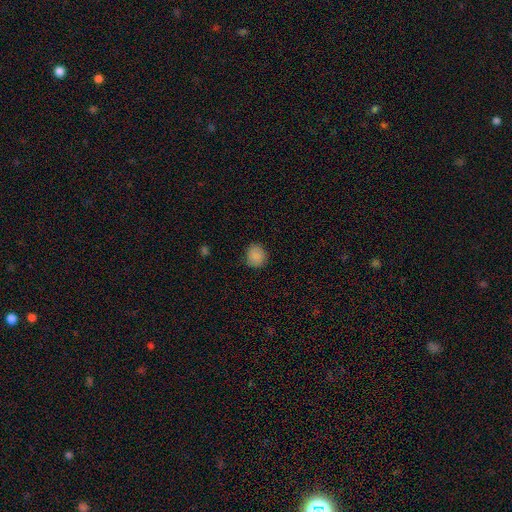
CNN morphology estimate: type=smooth (87%); roundness=round (80%); merging=none (83%).